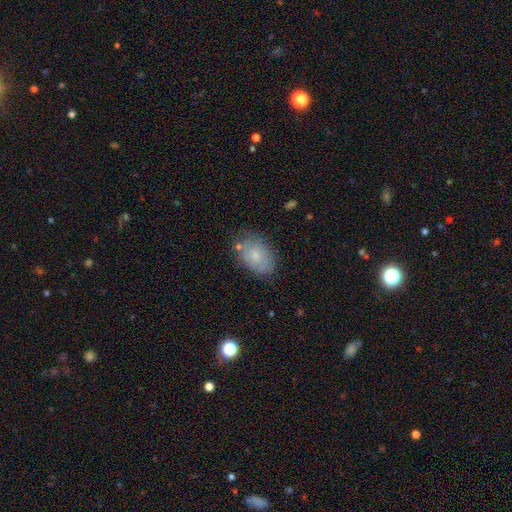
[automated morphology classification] smooth 70%, featured or disk 21%, star or artifact 8%. Down the decision tree: how rounded — in between (85%); merging — none (72%).